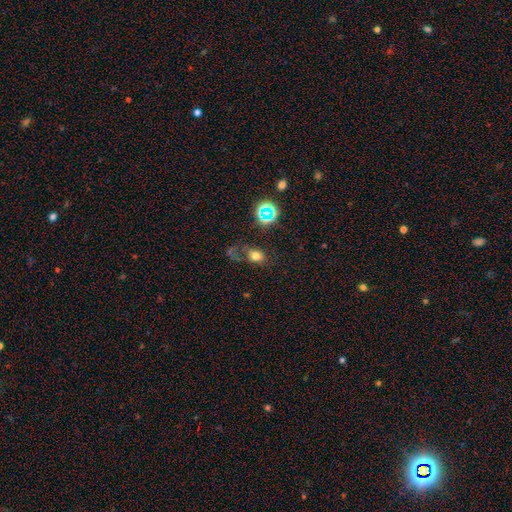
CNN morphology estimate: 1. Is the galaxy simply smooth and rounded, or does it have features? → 68% smooth, 19% star or artifact, 14% featured or disk.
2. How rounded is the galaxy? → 63% in between, 36% round, 2% cigar-shaped.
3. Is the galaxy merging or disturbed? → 52% none, 21% minor disturbance, 20% major disturbance, 7% merger.